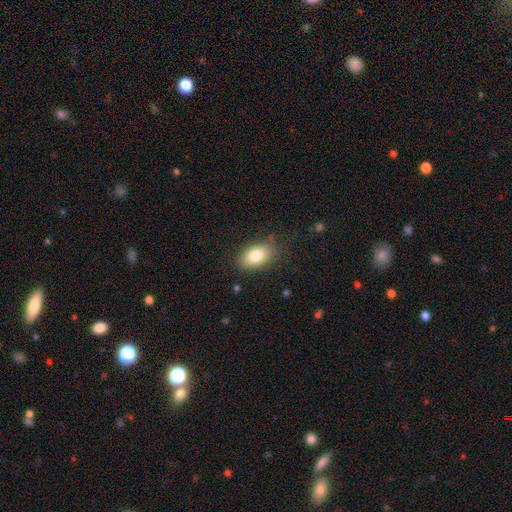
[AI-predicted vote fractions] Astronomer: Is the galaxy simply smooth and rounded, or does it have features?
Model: smooth — 81%.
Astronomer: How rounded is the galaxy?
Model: in between — 90%.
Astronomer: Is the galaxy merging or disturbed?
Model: none — 80%.